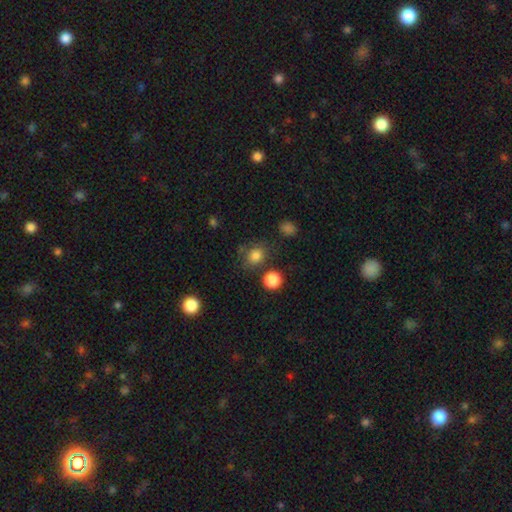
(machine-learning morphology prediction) A smooth galaxy with no disk features (81%) that is round (69%).

Vote fractions:
- Smooth or featured? smooth: 81% / star or artifact: 13% / featured or disk: 6%
- How rounded? round: 69% / in between: 30% / cigar-shaped: 1%
- Merging? none: 71% / minor disturbance: 14% / merger: 10% / major disturbance: 5%